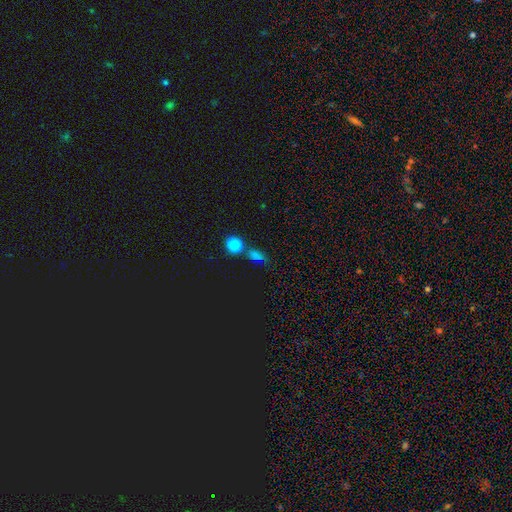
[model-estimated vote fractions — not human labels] The model was most divided on "how rounded": round: 47%, in between: 44%, cigar-shaped: 9%. More confident: smooth or featured — smooth (67%); merging — none (57%).